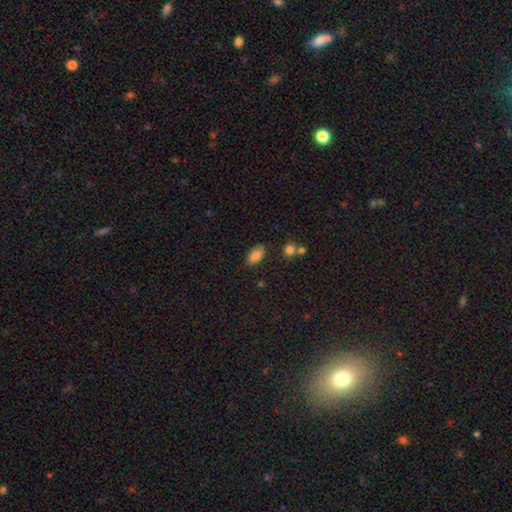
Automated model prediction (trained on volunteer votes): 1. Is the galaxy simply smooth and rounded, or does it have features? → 85% smooth, 8% star or artifact, 7% featured or disk.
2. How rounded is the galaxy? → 90% in between, 6% cigar-shaped, 4% round.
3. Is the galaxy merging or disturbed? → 75% none, 18% minor disturbance, 4% major disturbance, 3% merger.